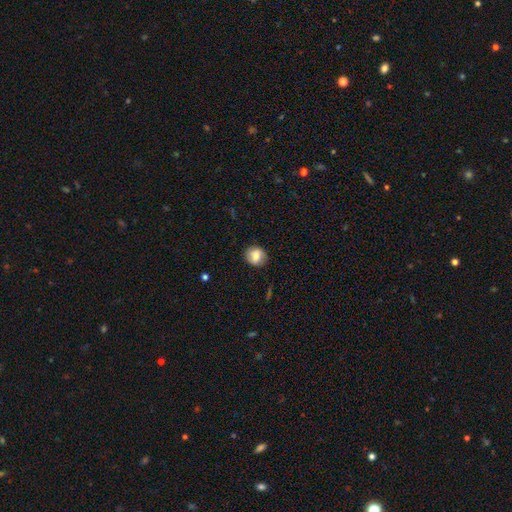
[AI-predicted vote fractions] Overall: smooth (70%). How rounded: round (77%). Merging: none (83%).